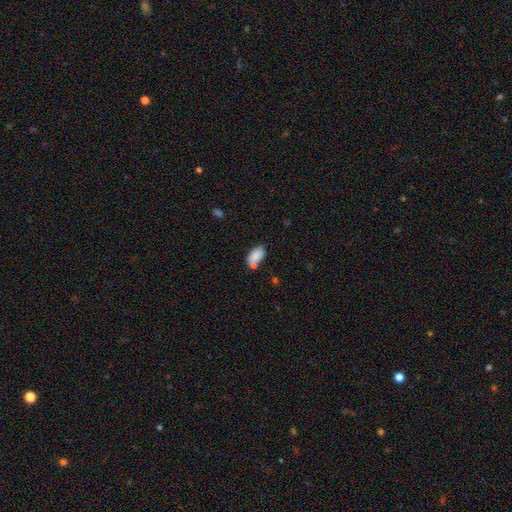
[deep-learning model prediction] Morphology: type=smooth (84%); roundness=in between (93%); merging=none (52%).